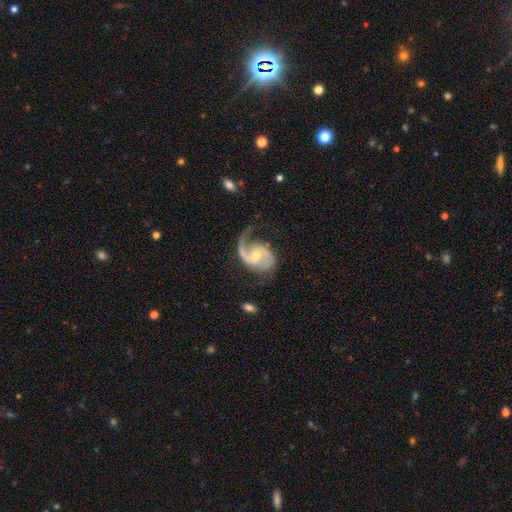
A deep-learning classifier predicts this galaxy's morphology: Smooth or featured: featured or disk — 90% (smooth — 6%)
Edge-on disk: no — 98% (yes — 2%)
Bar: no — 47% (weak — 42%)
Spiral arms: yes — 97% (no — 3%)
Spiral winding: medium — 49% (loose — 37%)
Spiral arm count: 2 — 72% (1 — 23%)
Bulge size: moderate — 53% (small — 42%)
Merging: none — 55% (minor disturbance — 23%)